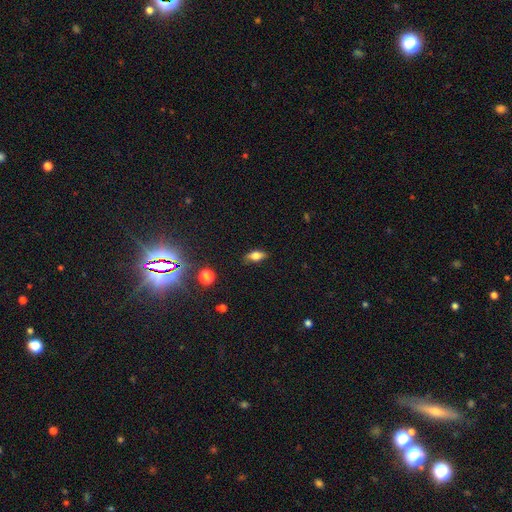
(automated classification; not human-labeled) Morphology: type=smooth (71%); roundness=in between (80%); merging=none (81%).